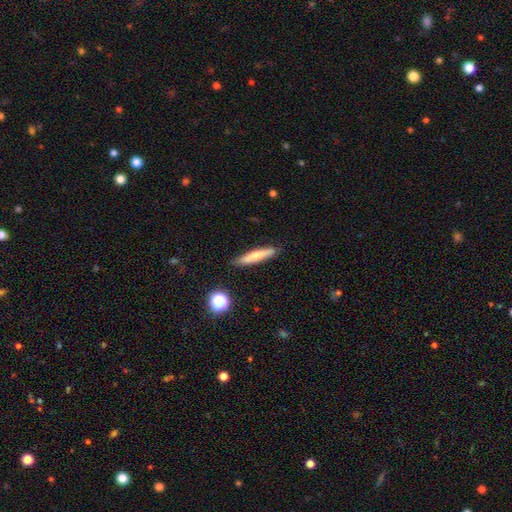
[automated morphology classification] A smooth galaxy with no disk features (68%) that is cigar-shaped (88%). Merging: none (84%).